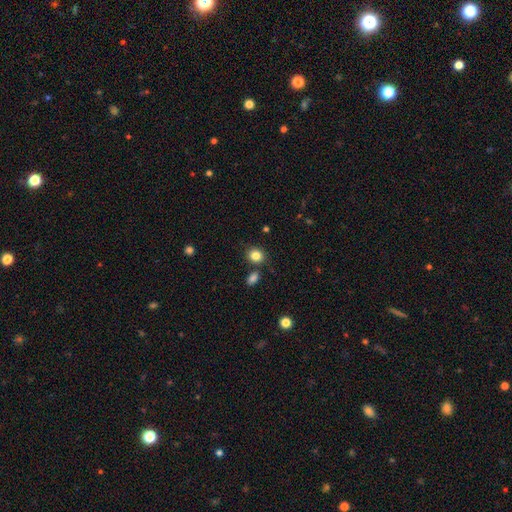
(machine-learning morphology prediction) Q: Smooth or featured?
A: smooth (84%); runner-up: star or artifact (10%)
Q: How rounded?
A: round (66%); runner-up: in between (33%)
Q: Merging?
A: none (78%); runner-up: minor disturbance (10%)